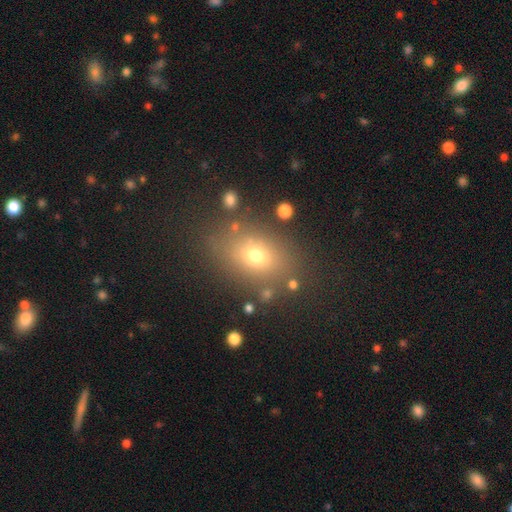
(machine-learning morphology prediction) Smooth or featured? Predicted: smooth (p=0.65). How rounded? Predicted: in between (p=0.70). Merging? Predicted: none (p=0.80).